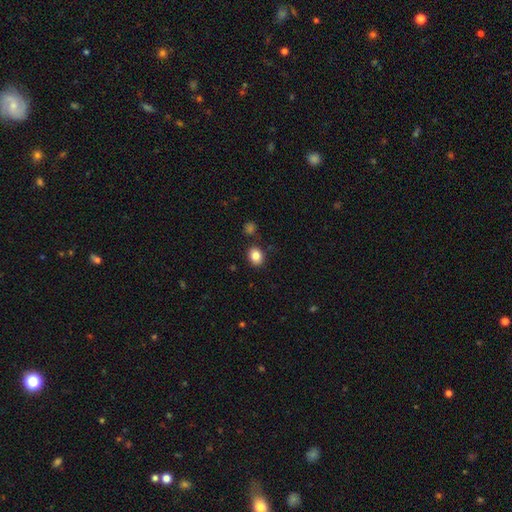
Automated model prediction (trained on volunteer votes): A smooth galaxy with no disk features (85%) that is round (51%). Merging: none (83%).